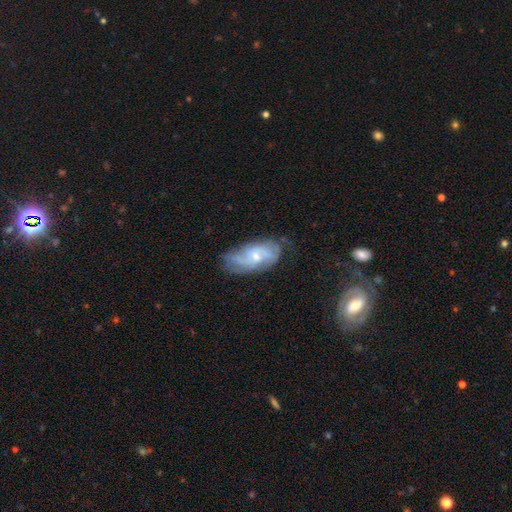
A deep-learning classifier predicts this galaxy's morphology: This is likely a featured or disk galaxy (69%). It is clearly not viewed edge-on (93%). Bar: likely no (61%). Spiral arm pattern: clearly yes (86%). Spiral arm count: marginally 2 (38%). Spiral winding: marginally medium (42%). Central bulge: possibly small (59%). Merging: possibly none (58%).